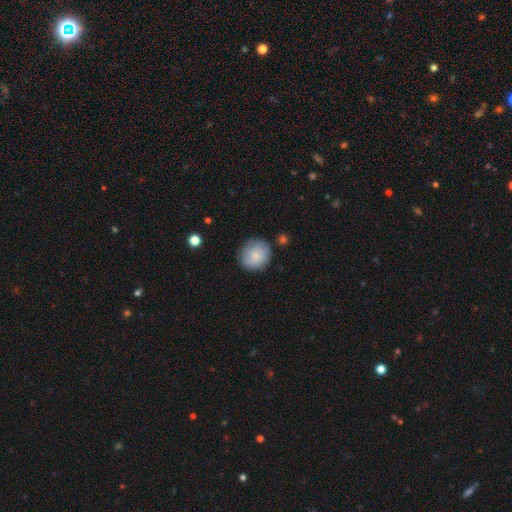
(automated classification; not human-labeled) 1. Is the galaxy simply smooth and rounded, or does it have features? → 74% smooth, 18% featured or disk, 7% star or artifact.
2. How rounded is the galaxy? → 89% round, 10% in between, 1% cigar-shaped.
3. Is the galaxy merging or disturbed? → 79% none, 15% minor disturbance, 4% major disturbance, 3% merger.